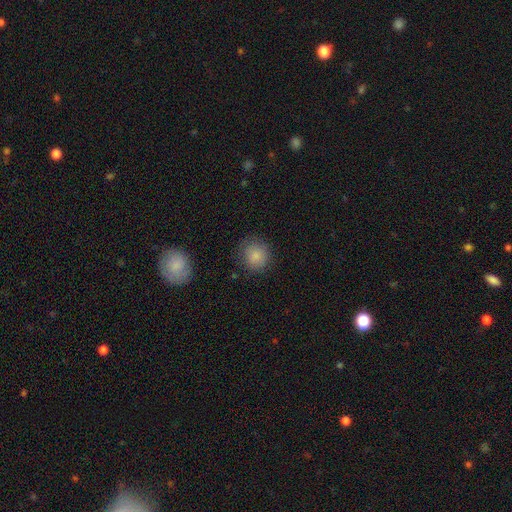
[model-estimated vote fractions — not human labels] Morphology: type=smooth (85%); roundness=round (89%); merging=none (81%).